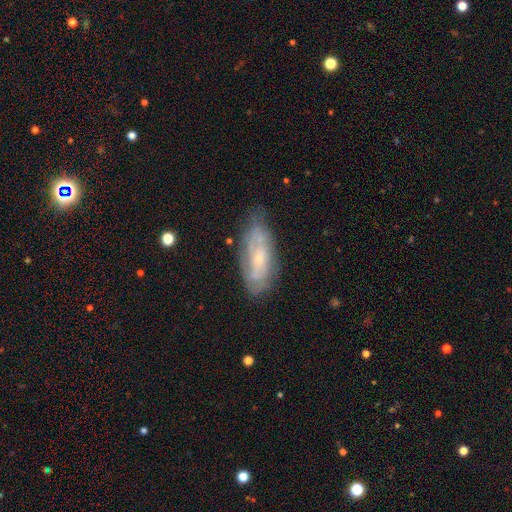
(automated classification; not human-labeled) This appears to be a featured or disk galaxy (52%). Merging: none (78%).